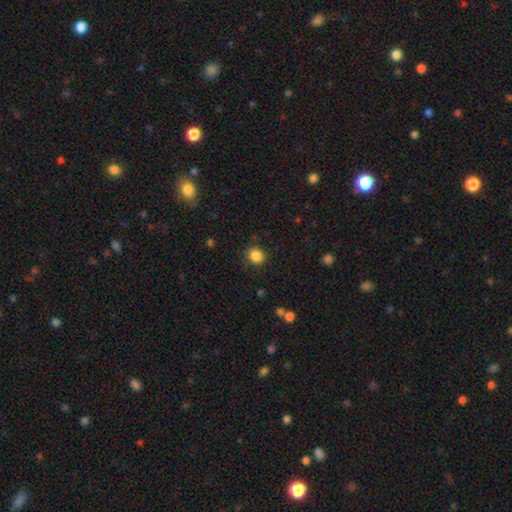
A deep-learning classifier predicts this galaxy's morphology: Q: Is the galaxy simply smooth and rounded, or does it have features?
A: smooth — 87%.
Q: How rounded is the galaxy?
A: round — 79%.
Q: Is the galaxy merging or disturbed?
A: none — 87%.